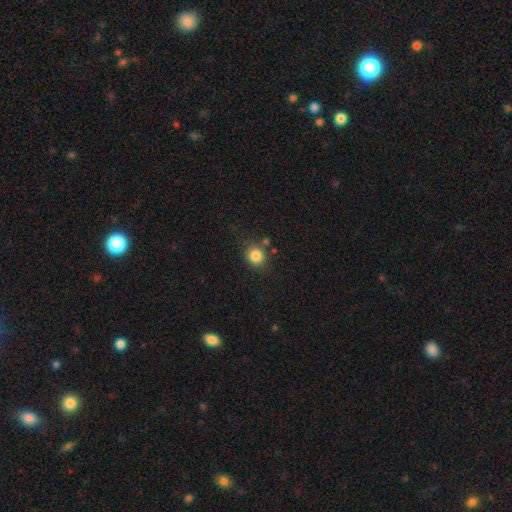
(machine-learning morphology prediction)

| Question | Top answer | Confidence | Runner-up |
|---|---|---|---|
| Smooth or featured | smooth | 84% | star or artifact (10%) |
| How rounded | round | 80% | in between (19%) |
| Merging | none | 77% | minor disturbance (12%) |